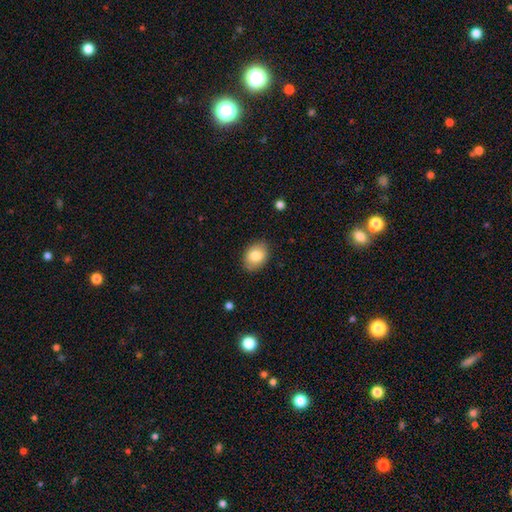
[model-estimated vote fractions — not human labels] Smooth or featured: smooth — 83% (featured or disk — 9%)
How rounded: in between — 73% (round — 26%)
Merging: none — 85% (minor disturbance — 11%)